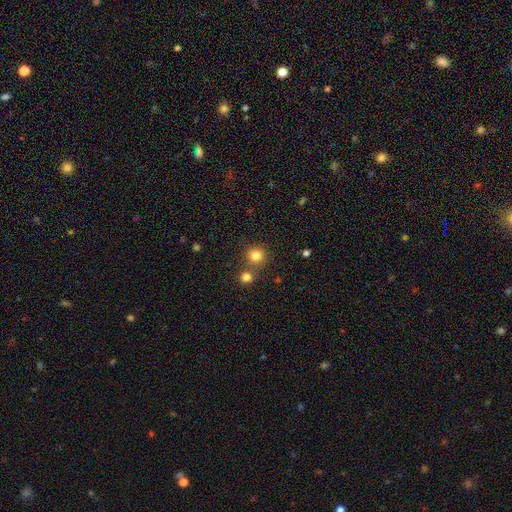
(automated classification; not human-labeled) This is clearly a smooth galaxy (81%). How rounded: clearly round (93%). Merging: likely none (70%).